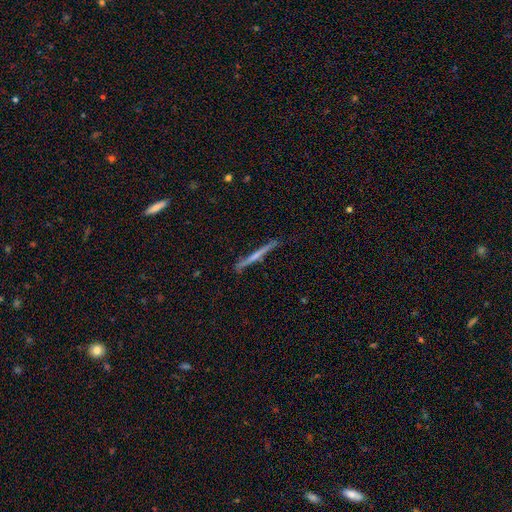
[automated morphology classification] Smooth or featured? featured or disk (62%)
Edge-on disk? yes (97%)
Edge-on bulge? none (60%)
Merging? none (85%)